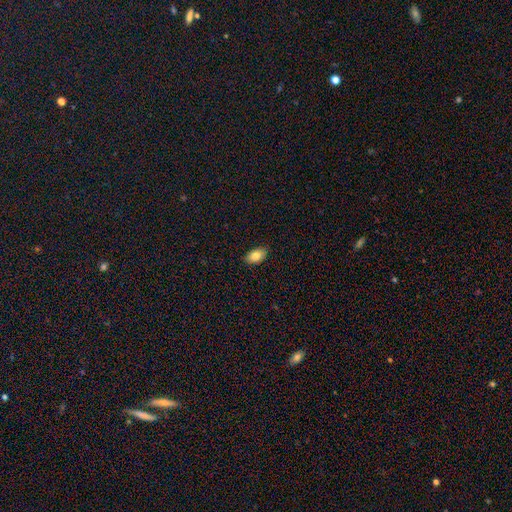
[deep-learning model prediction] Q: Smooth or featured?
A: smooth (84%); runner-up: featured or disk (9%)
Q: How rounded?
A: in between (92%); runner-up: round (6%)
Q: Merging?
A: none (87%); runner-up: minor disturbance (11%)